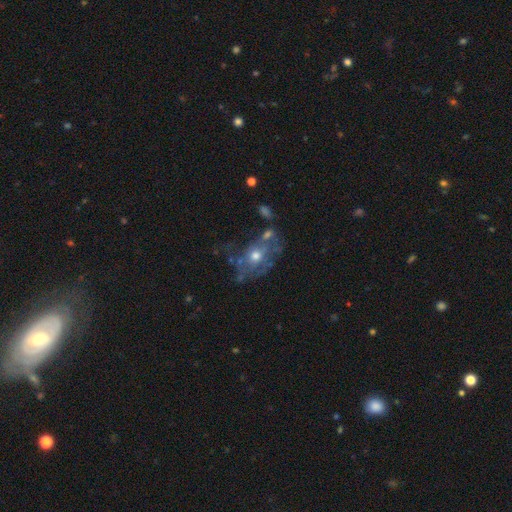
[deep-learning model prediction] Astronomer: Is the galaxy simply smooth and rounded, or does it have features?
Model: featured or disk — 59%.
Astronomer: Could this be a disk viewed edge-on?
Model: no — 93%.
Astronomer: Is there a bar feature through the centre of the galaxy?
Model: no — 87%.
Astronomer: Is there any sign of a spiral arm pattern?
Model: no — 70%.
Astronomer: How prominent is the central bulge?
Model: moderate — 67%.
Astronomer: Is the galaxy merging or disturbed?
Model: none — 38% (runner-up: major disturbance, 24%).